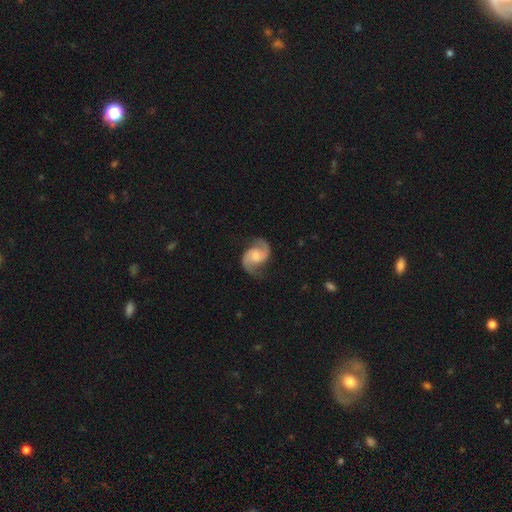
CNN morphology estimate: featured or disk 89%, smooth 6%, star or artifact 4%. Down the decision tree: edge-on disk — no (98%); bar — no (55%); spiral arms — yes (98%); spiral arm count — 2 (94%); spiral winding — medium (51%); bulge size — moderate (39%); merging — none (78%).